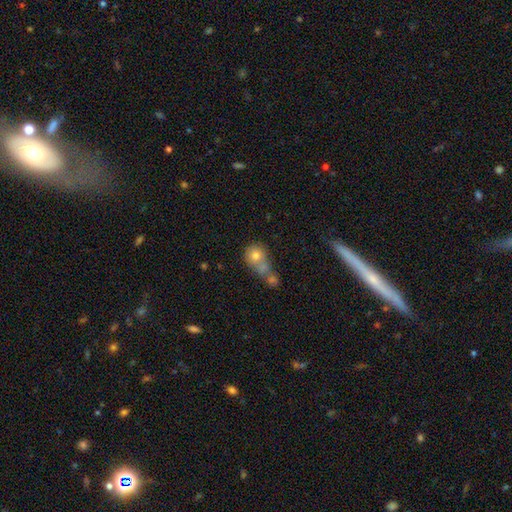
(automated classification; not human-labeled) smooth-or-featured: smooth: 73% | featured or disk: 16% | star or artifact: 10%
  how-rounded: round: 78% | in between: 20% | cigar-shaped: 2%
  merging: merger: 56% | none: 28% | minor disturbance: 10% | major disturbance: 7%